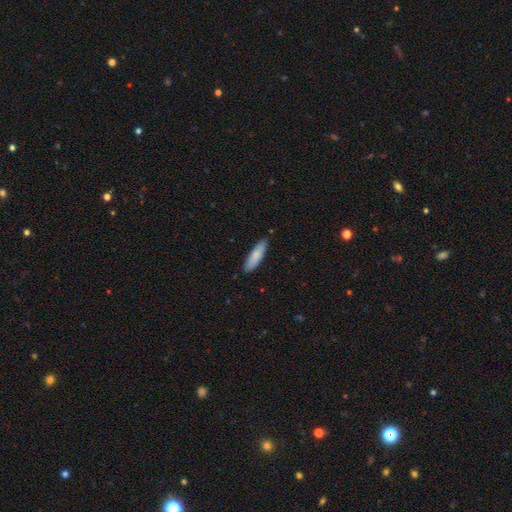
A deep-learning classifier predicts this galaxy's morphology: Smooth or featured? smooth (82%)
How rounded? cigar-shaped (58%)
Merging? none (86%)